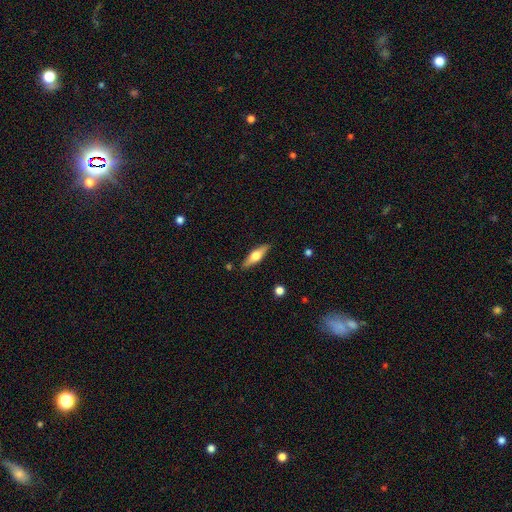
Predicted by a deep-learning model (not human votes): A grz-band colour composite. It shows a featured or disk galaxy (54%) viewed edge-on (92%). Merging: none (87%).